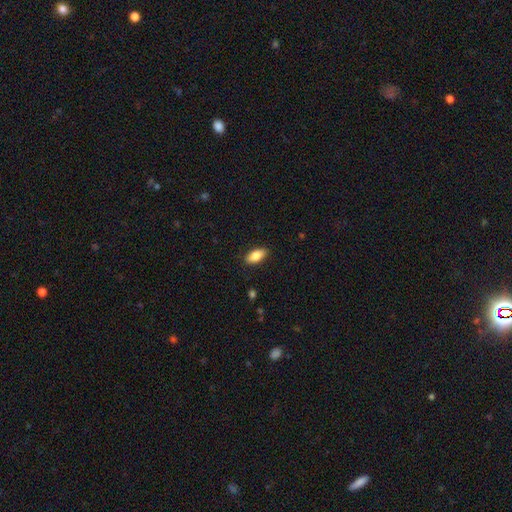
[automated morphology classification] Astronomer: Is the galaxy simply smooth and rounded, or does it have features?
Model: smooth — 85%.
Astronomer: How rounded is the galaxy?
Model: in between — 91%.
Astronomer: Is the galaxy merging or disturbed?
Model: none — 87%.